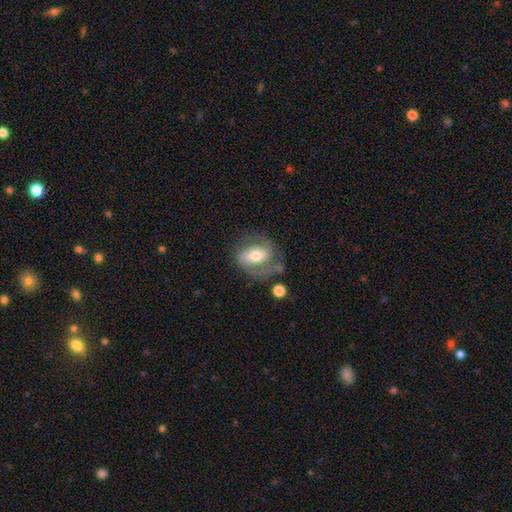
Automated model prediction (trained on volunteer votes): A featured or disk galaxy (63%) with a strong bar (37%), spiral arms (74%) and a moderate central bulge (64%).

Vote fractions:
- Smooth or featured? featured or disk: 63% / smooth: 30% / star or artifact: 7%
- Edge-on disk? no: 95% / yes: 5%
- Bar? strong: 37% / weak: 33% / no: 30%
- Spiral arms? yes: 74% / no: 26%
- Bulge size? moderate: 64% / small: 22% / large: 11% / dominant: 2% / none: 1%
- Merging? none: 57% / minor disturbance: 21% / major disturbance: 16% / merger: 6%